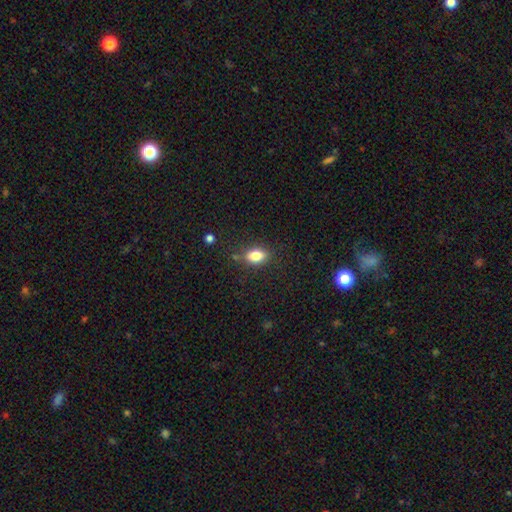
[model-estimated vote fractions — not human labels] Q: Smooth or featured?
A: smooth (82%); runner-up: star or artifact (9%)
Q: How rounded?
A: in between (82%); runner-up: round (15%)
Q: Merging?
A: none (80%); runner-up: minor disturbance (13%)